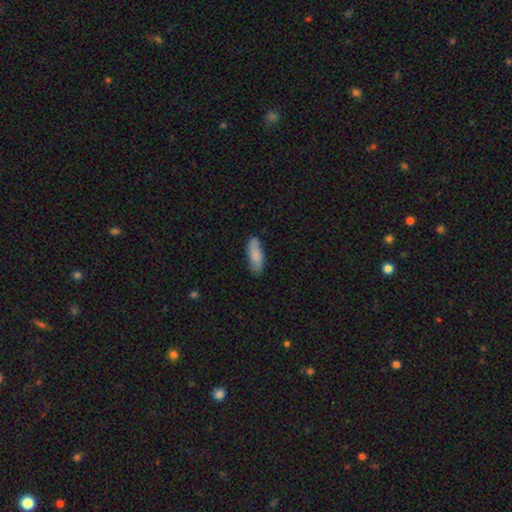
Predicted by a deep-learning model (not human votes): smooth 80%, featured or disk 14%, star or artifact 6%. Down the decision tree: how rounded — in between (68%); merging — none (73%).